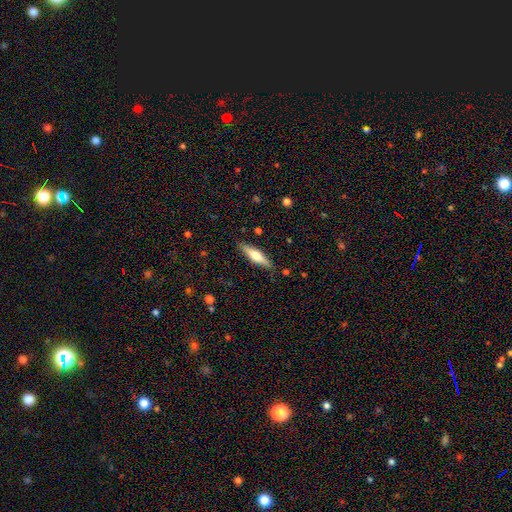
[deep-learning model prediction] Smooth or featured?
  - smooth: 49% *
  - featured or disk: 46%
  - star or artifact: 5%
Merging?
  - none: 87% *
  - minor disturbance: 10%
  - major disturbance: 2%
  - merger: 1%